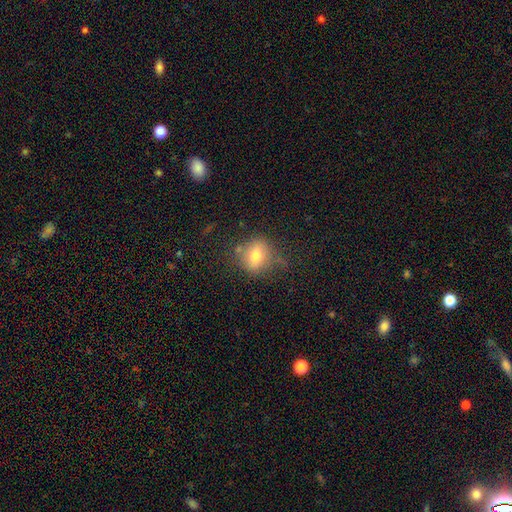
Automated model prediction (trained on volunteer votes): Smooth or featured: smooth — 66% (featured or disk — 22%)
How rounded: round — 67% (in between — 31%)
Merging: none — 69% (minor disturbance — 20%)